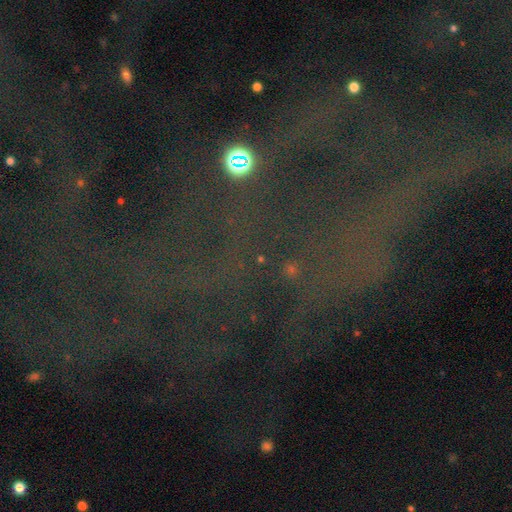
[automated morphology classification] Overall: star or artifact (72%).